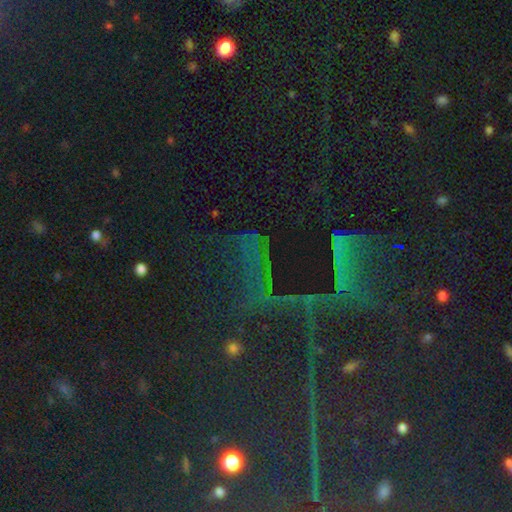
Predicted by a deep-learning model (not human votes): star or artifact 77%, smooth 13%, featured or disk 10%.